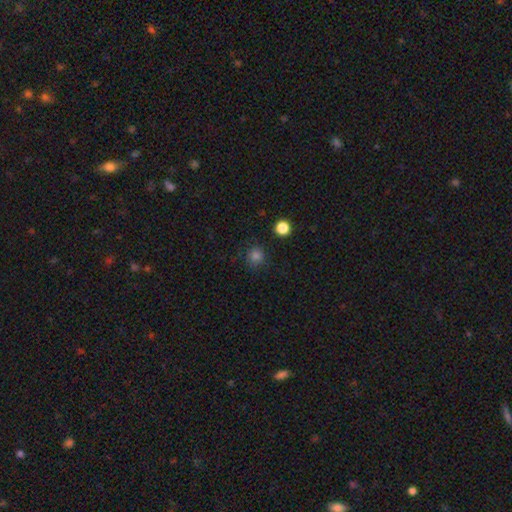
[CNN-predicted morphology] smooth_or_featured: smooth (p=0.81) [alt: star or artifact p=0.16]
how_rounded: round (p=0.90) [alt: in between p=0.09]
merging: none (p=0.85) [alt: minor disturbance p=0.10]